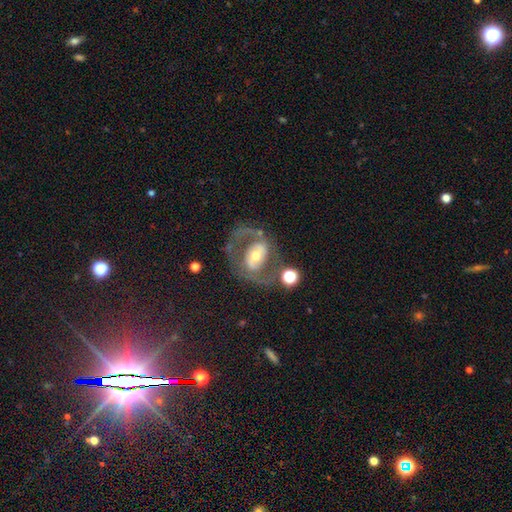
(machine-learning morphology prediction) Smooth or featured: featured or disk — 79% (smooth — 15%)
Edge-on disk: no — 96% (yes — 4%)
Bar: no — 42% (weak — 34%)
Spiral arms: yes — 74% (no — 26%)
Spiral winding: medium — 51% (loose — 29%)
Spiral arm count: 2 — 84% (can't tell — 8%)
Bulge size: moderate — 63% (small — 25%)
Merging: none — 59% (major disturbance — 20%)